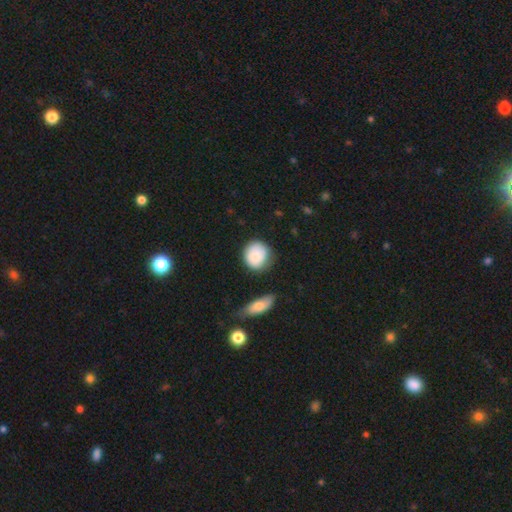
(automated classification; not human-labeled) This appears to be a smooth galaxy with no disk features (83%) that is round (82%). Merging: none (69%).